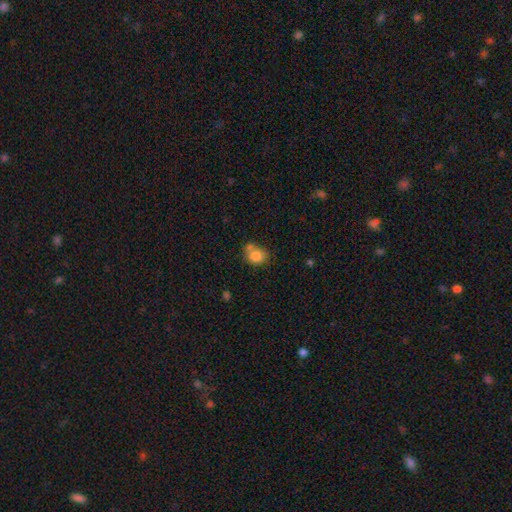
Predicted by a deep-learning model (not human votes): This is clearly a smooth galaxy (82%). How rounded: possibly round (57%). Merging: possibly none (49%).